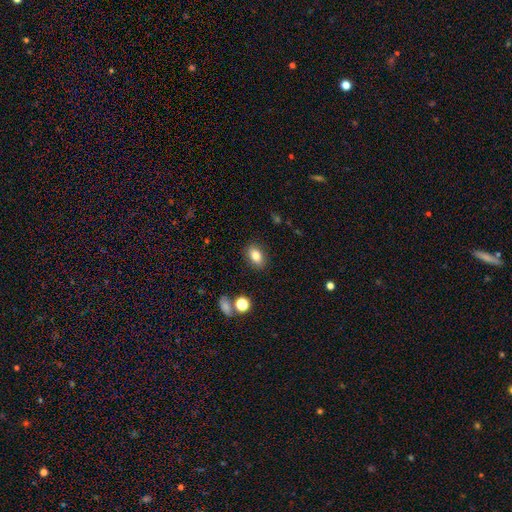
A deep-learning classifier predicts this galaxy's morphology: Overall: smooth (81%). How rounded: in between (83%). Merging: none (87%).